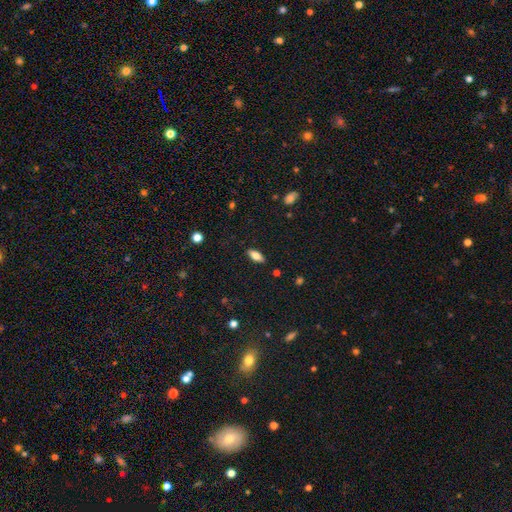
smooth-or-featured: smooth: 78% | featured or disk: 20% | star or artifact: 2%
  how-rounded: in between: 94% | round: 3% | cigar-shaped: 3%
  merging: none: 90% | minor disturbance: 5% | major disturbance: 3% | merger: 3%